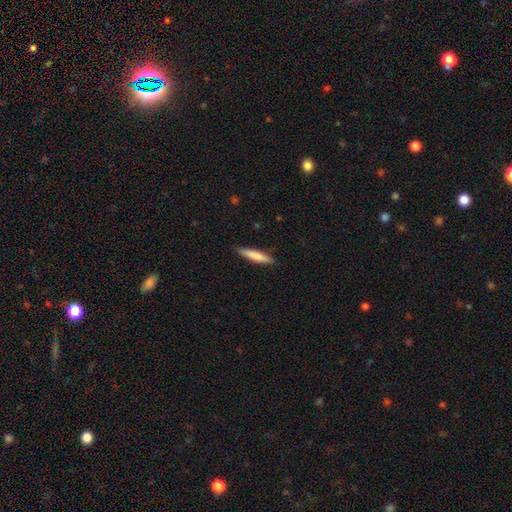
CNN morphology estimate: This appears to be a smooth galaxy with no disk features (79%) that is cigar-shaped (86%). Merging: none (87%).